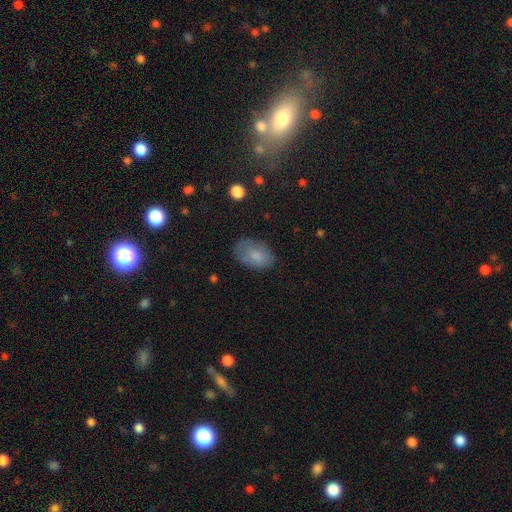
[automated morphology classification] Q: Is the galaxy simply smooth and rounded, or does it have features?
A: smooth — 78%.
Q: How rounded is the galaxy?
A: in between — 88%.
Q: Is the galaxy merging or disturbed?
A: none — 70%.